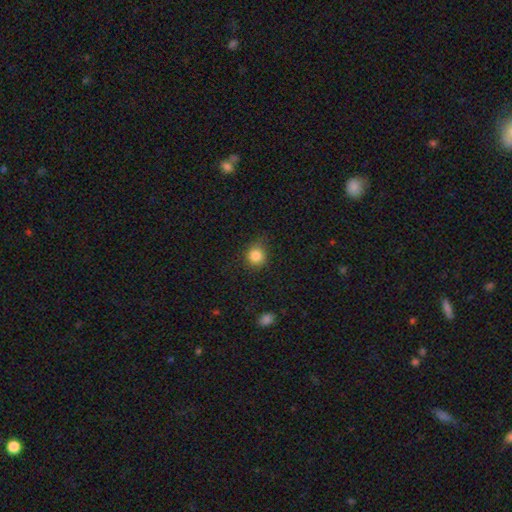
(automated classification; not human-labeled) Q: Smooth or featured?
A: smooth (85%); runner-up: star or artifact (11%)
Q: How rounded?
A: round (87%); runner-up: in between (12%)
Q: Merging?
A: none (78%); runner-up: minor disturbance (16%)